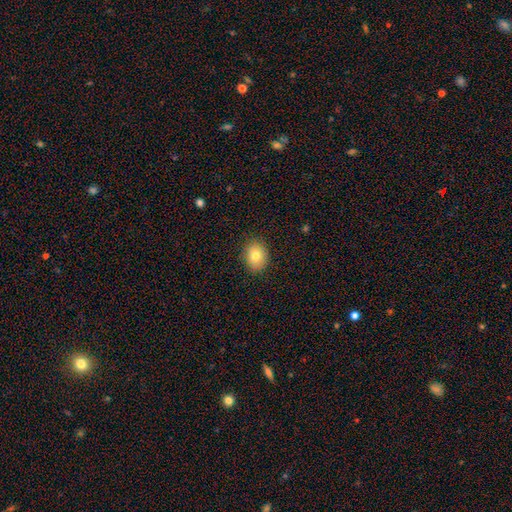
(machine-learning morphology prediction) This is likely a smooth galaxy (79%). How rounded: possibly in between (51%). Merging: clearly none (88%).